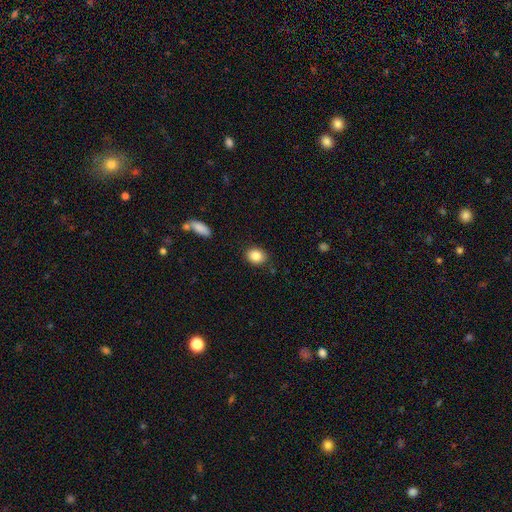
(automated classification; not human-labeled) Smooth or featured?
  - smooth: 85% *
  - star or artifact: 8%
  - featured or disk: 7%
How rounded?
  - in between: 50% *
  - round: 49%
  - cigar-shaped: 1%
Merging?
  - none: 86% *
  - minor disturbance: 10%
  - major disturbance: 2%
  - merger: 2%